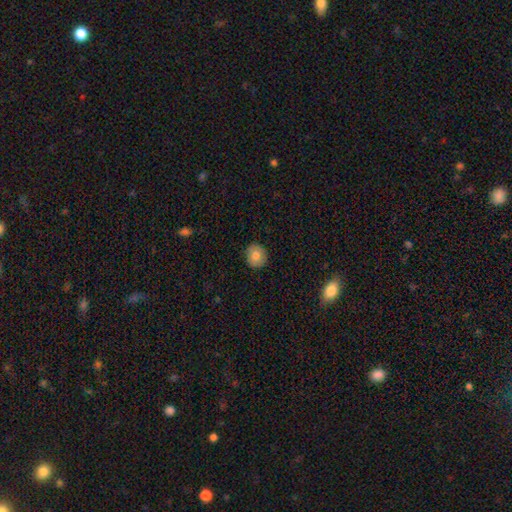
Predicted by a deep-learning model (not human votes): Smooth or featured? Predicted: smooth (p=0.78). How rounded? Predicted: round (p=0.85). Merging? Predicted: none (p=0.89).